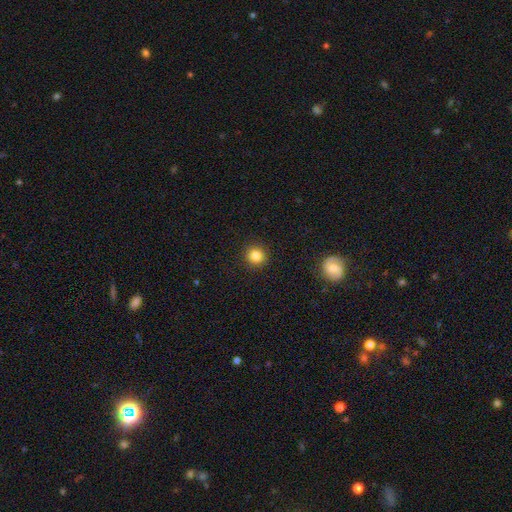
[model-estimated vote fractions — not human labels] Smooth or featured: smooth — 84% (star or artifact — 12%)
How rounded: round — 93% (in between — 6%)
Merging: none — 92% (minor disturbance — 5%)